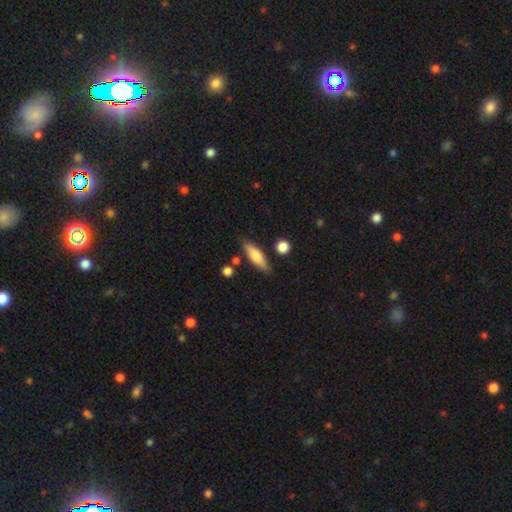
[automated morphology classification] Smooth or featured? smooth (72%)
How rounded? cigar-shaped (50%)
Merging? none (81%)